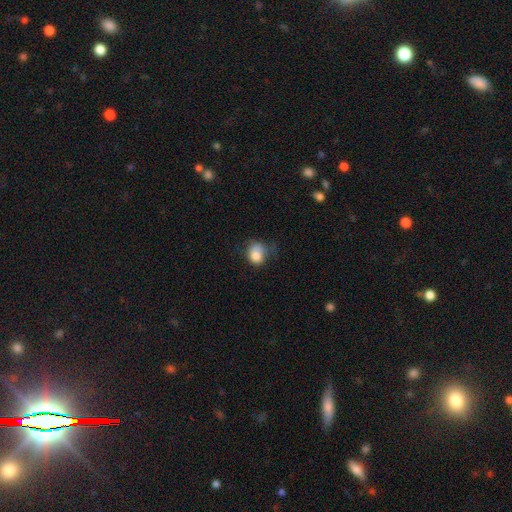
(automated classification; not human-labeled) smooth 82%, star or artifact 9%, featured or disk 9%. Down the decision tree: how rounded — round (50%); merging — none (45%).